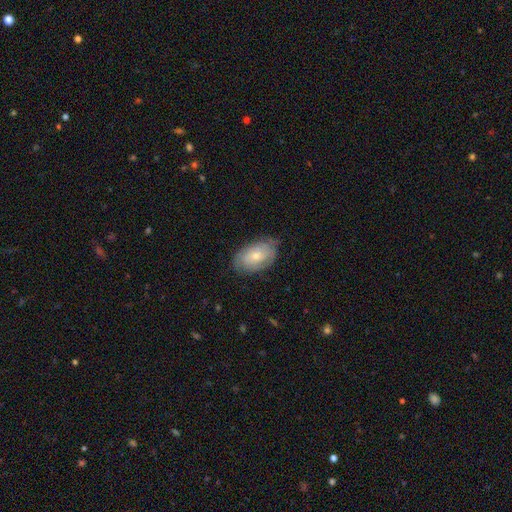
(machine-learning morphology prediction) smooth_or_featured: featured or disk (p=0.56) [alt: smooth p=0.37]
disk_edge_on: no (p=0.94) [alt: yes p=0.06]
bar: no (p=0.78) [alt: weak p=0.18]
has_spiral_arms: yes (p=0.76) [alt: no p=0.24]
bulge_size: small (p=0.57) [alt: moderate p=0.39]
merging: none (p=0.75) [alt: minor disturbance p=0.19]